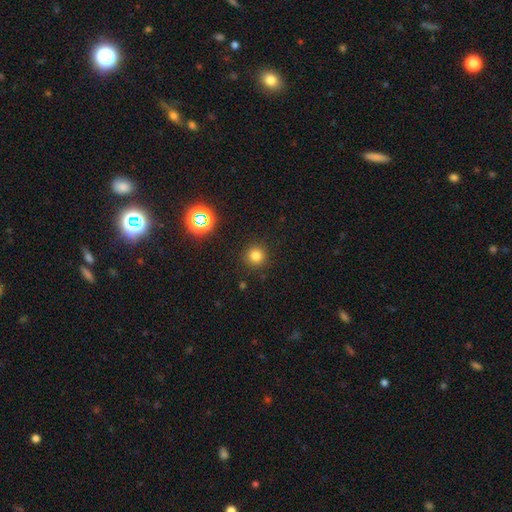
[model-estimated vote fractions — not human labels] Smooth or featured? smooth (77%)
How rounded? round (95%)
Merging? none (90%)